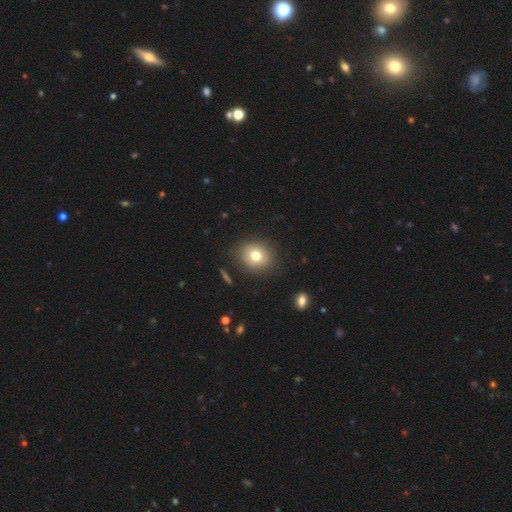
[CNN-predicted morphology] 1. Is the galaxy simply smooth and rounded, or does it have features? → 76% smooth, 13% featured or disk, 11% star or artifact.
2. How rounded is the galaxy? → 71% round, 28% in between, 1% cigar-shaped.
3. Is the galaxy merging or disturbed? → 86% none, 9% minor disturbance, 3% major disturbance, 2% merger.